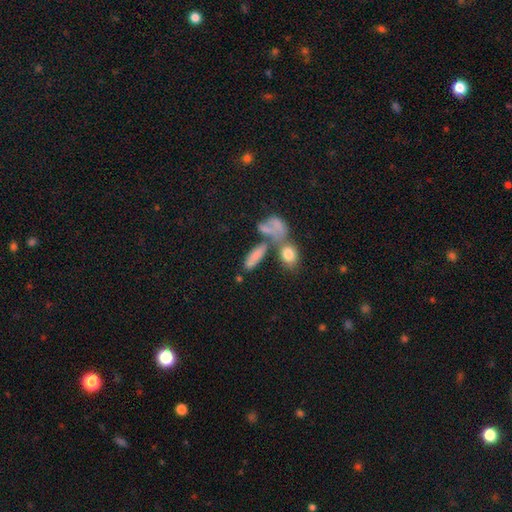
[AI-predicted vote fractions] smooth 70%, featured or disk 20%, star or artifact 10%. Down the decision tree: how rounded — in between (53%); merging — none (41%).